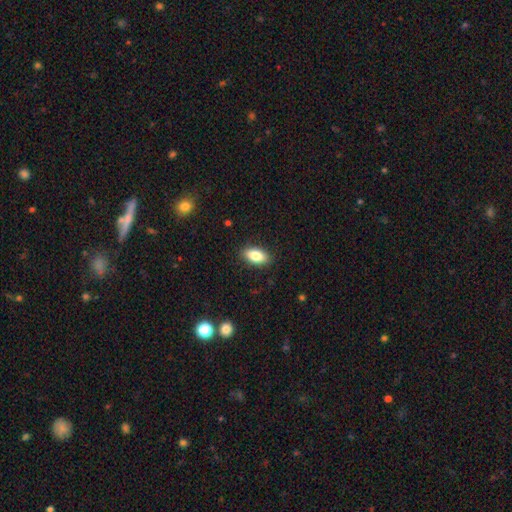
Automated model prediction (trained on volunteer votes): Morphology: type=smooth (84%); roundness=in between (89%); merging=none (88%).